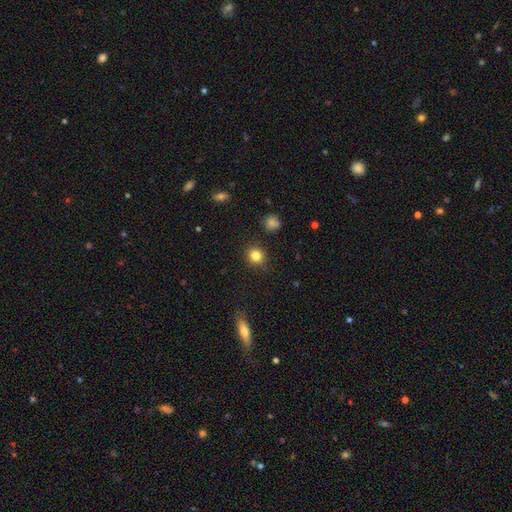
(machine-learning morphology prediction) smooth 83%, star or artifact 12%, featured or disk 5%. Down the decision tree: how rounded — round (87%); merging — none (89%).